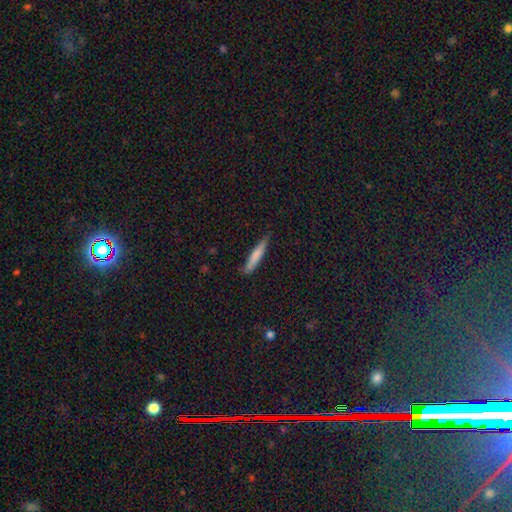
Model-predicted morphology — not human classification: This appears to be a smooth galaxy with no disk features (74%) that is cigar-shaped (91%). Merging: none (79%).